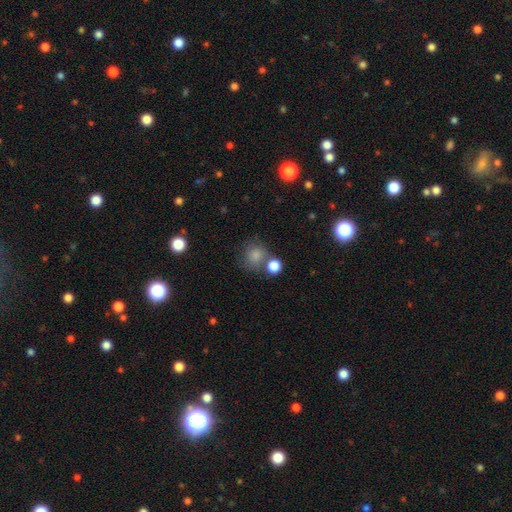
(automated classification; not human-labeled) This is clearly a smooth galaxy (82%). How rounded: clearly round (83%). Merging: possibly none (58%).